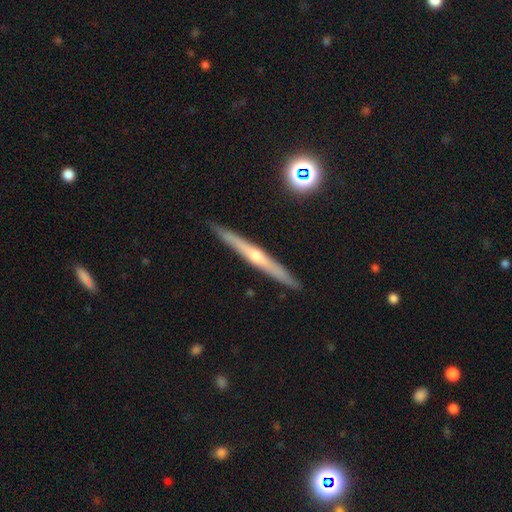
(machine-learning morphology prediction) The model was most divided on "edge-on bulge": rounded: 74%, none: 23%, boxy: 3%. More confident: edge-on disk — yes (97%); merging — none (91%); smooth or featured — featured or disk (72%).